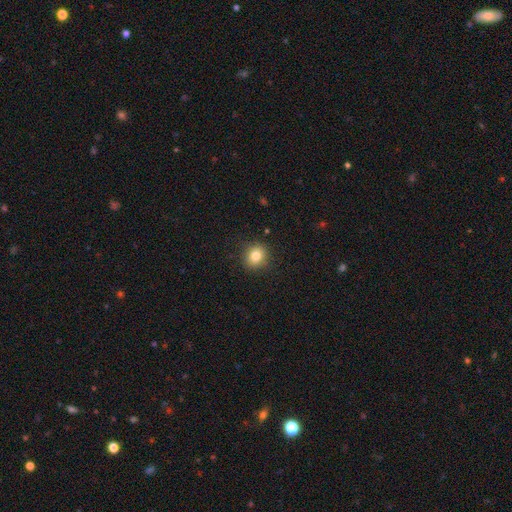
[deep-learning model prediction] Morphology: type=smooth (81%); roundness=round (81%); merging=none (88%).